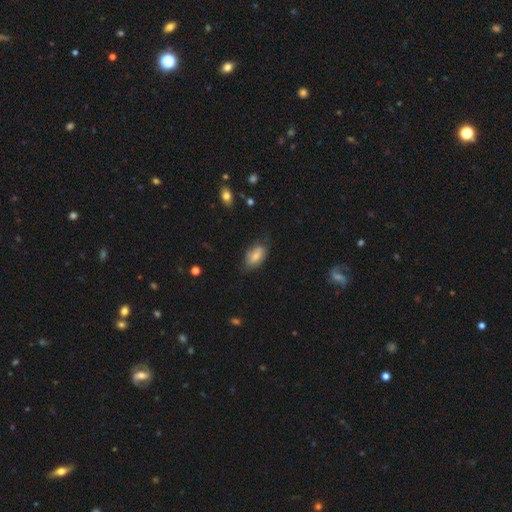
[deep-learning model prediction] Smooth or featured? smooth (70%)
How rounded? in between (91%)
Merging? none (62%)